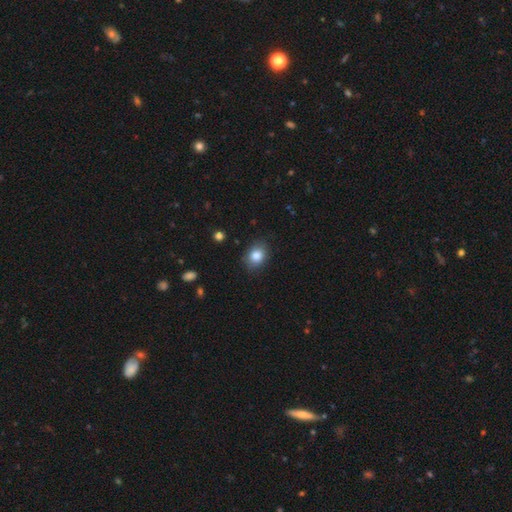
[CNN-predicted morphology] The model was most divided on "how rounded": in between: 53%, round: 46%, cigar-shaped: 1%. More confident: smooth or featured — smooth (84%); merging — none (84%).